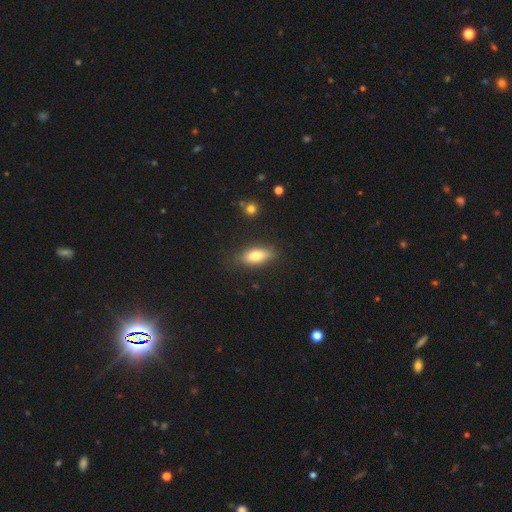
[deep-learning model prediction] Q: Smooth or featured?
A: smooth (79%); runner-up: featured or disk (14%)
Q: How rounded?
A: in between (79%); runner-up: cigar-shaped (18%)
Q: Merging?
A: none (79%); runner-up: minor disturbance (15%)